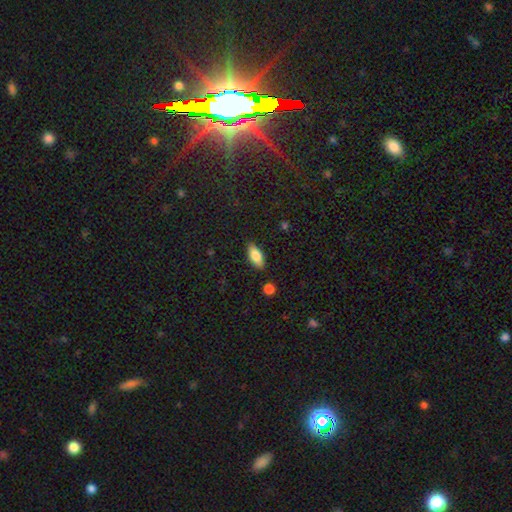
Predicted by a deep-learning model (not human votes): Smooth or featured: smooth — 78% (featured or disk — 15%)
How rounded: in between — 82% (cigar-shaped — 15%)
Merging: none — 86% (minor disturbance — 10%)